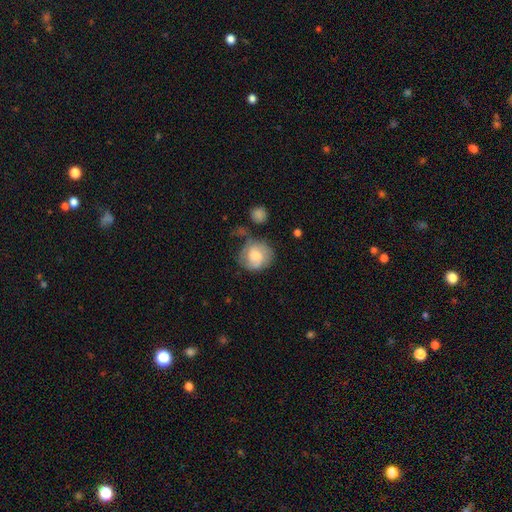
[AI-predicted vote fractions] Morphology: type=smooth (53%); roundness=round (81%); merging=none (49%).